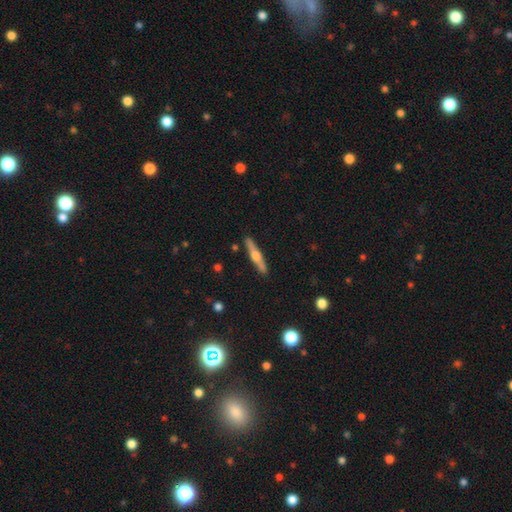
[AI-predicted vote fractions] Q: Smooth or featured?
A: featured or disk (62%); runner-up: smooth (33%)
Q: Edge-on disk?
A: yes (97%); runner-up: no (3%)
Q: Edge-on bulge?
A: rounded (90%); runner-up: boxy (6%)
Q: Merging?
A: none (90%); runner-up: minor disturbance (7%)